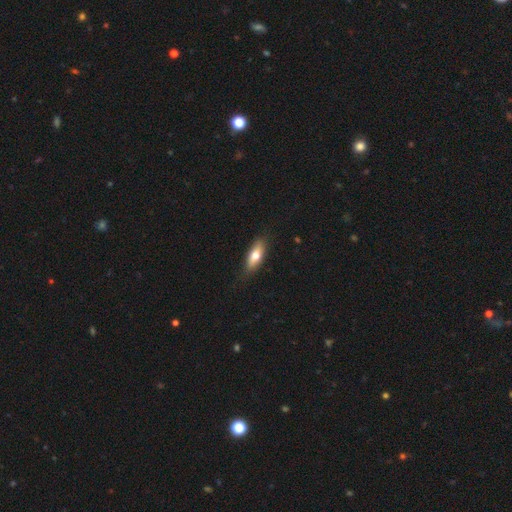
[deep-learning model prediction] Smooth or featured: smooth — 68% (featured or disk — 26%)
How rounded: in between — 68% (cigar-shaped — 29%)
Merging: none — 82% (minor disturbance — 14%)